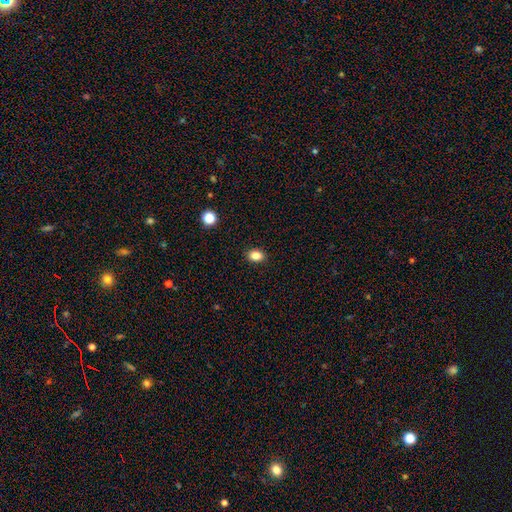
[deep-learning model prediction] Q: Smooth or featured?
A: smooth (84%); runner-up: star or artifact (11%)
Q: How rounded?
A: in between (64%); runner-up: round (35%)
Q: Merging?
A: none (90%); runner-up: minor disturbance (7%)